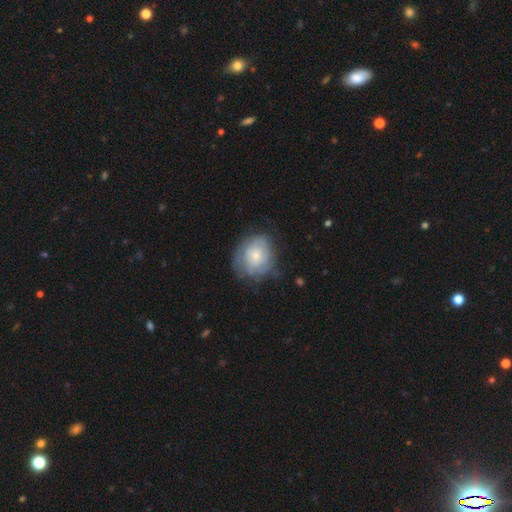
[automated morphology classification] smooth 50%, featured or disk 43%, star or artifact 7%. Down the decision tree: merging — none (64%).